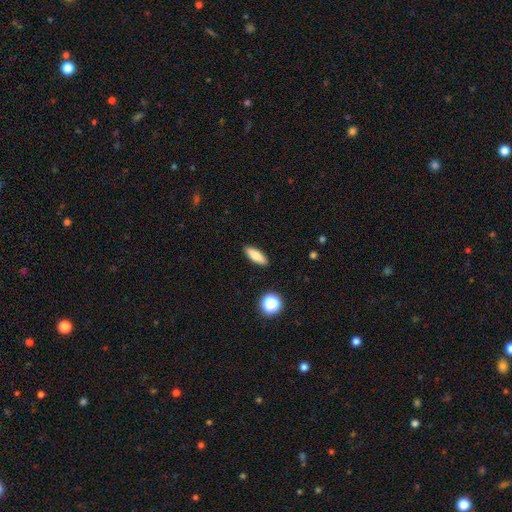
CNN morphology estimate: This is clearly a smooth galaxy (80%). How rounded: possibly in between (54%). Merging: clearly none (90%).